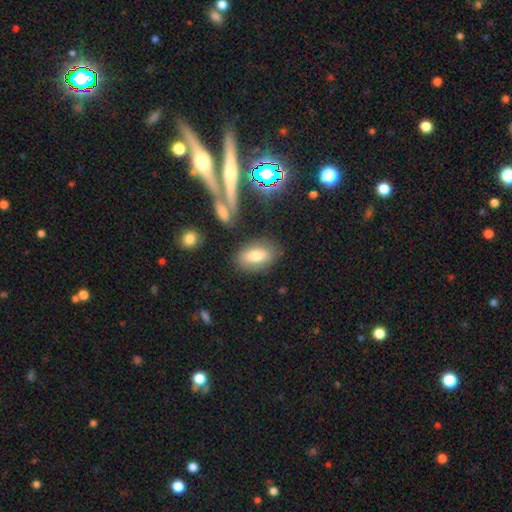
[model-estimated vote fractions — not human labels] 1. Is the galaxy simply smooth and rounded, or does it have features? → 72% smooth, 19% featured or disk, 9% star or artifact.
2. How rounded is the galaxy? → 86% in between, 9% round, 5% cigar-shaped.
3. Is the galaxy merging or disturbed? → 78% none, 13% minor disturbance, 5% merger, 4% major disturbance.